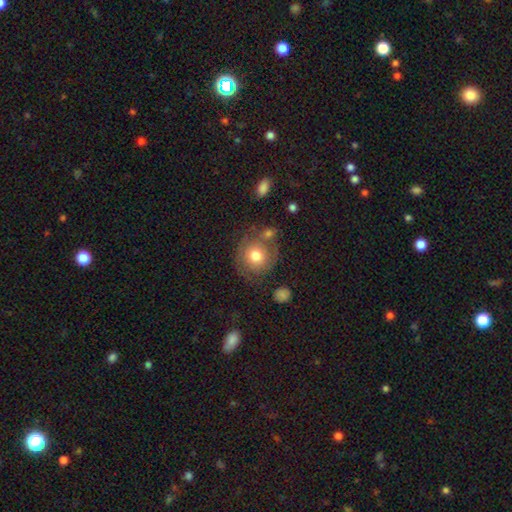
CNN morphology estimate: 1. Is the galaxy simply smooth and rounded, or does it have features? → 67% smooth, 24% featured or disk, 9% star or artifact.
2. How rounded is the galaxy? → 89% round, 10% in between, 1% cigar-shaped.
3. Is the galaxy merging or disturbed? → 61% none, 18% minor disturbance, 11% merger, 10% major disturbance.